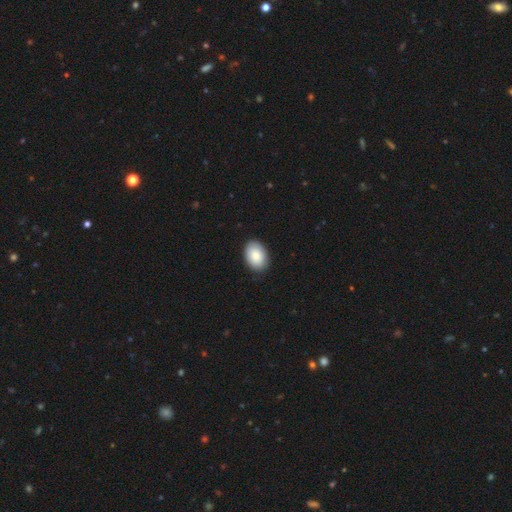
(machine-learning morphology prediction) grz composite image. It shows a smooth galaxy with no disk features (88%) that is in between round and cigar-shaped (85%). Merging: none (88%).